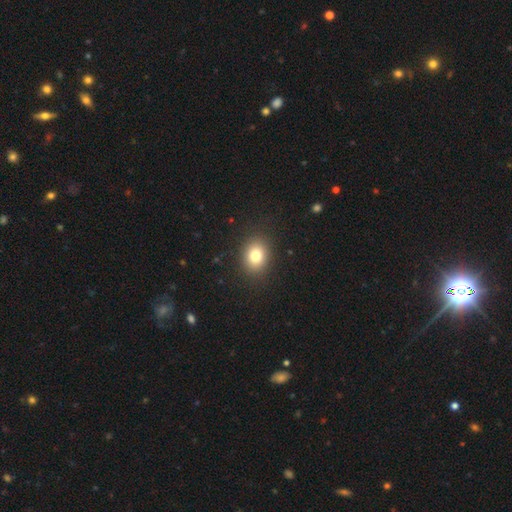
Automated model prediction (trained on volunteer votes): smooth 80%, star or artifact 11%, featured or disk 9%. Down the decision tree: how rounded — in between (50%, tied with round); merging — none (89%).